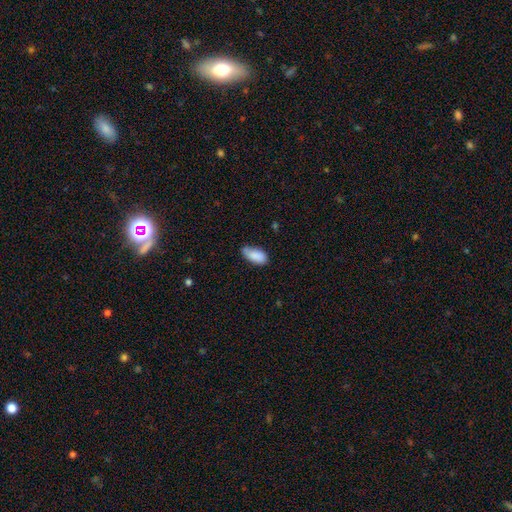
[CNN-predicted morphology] This appears to be a smooth galaxy with no disk features (86%) that is in between round and cigar-shaped (92%). Merging: none (56%).